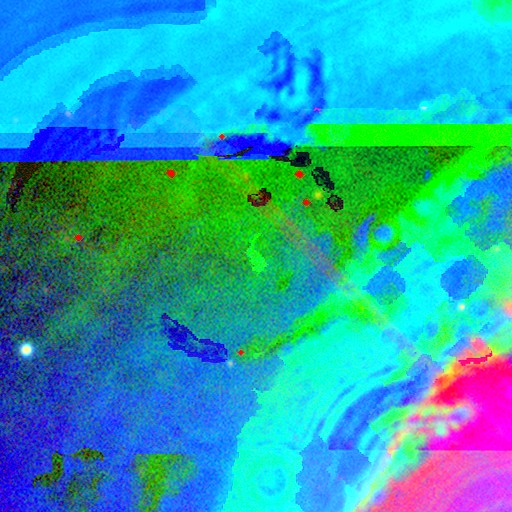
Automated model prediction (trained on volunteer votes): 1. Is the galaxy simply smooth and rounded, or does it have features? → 86% star or artifact, 8% featured or disk, 6% smooth.